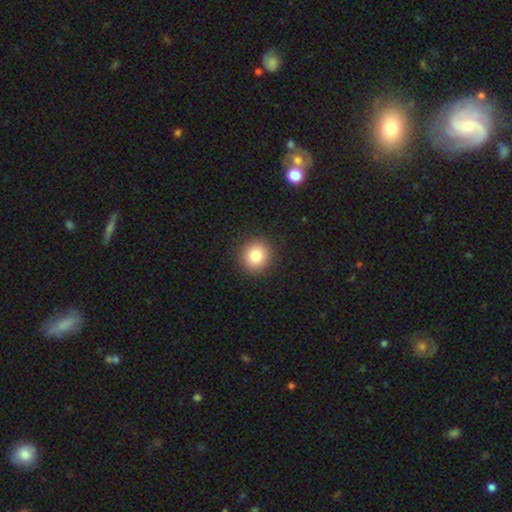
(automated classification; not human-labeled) Smooth or featured?
  - smooth: 83% *
  - star or artifact: 10%
  - featured or disk: 7%
How rounded?
  - round: 91% *
  - in between: 8%
  - cigar-shaped: 1%
Merging?
  - none: 91% *
  - minor disturbance: 6%
  - major disturbance: 2%
  - merger: 1%